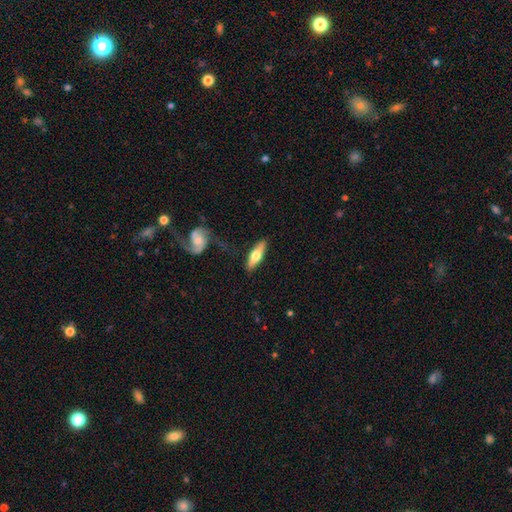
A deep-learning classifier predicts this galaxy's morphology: Smooth or featured? Predicted: smooth (p=0.57). How rounded? Predicted: cigar-shaped (p=0.51). Merging? Predicted: none (p=0.81).